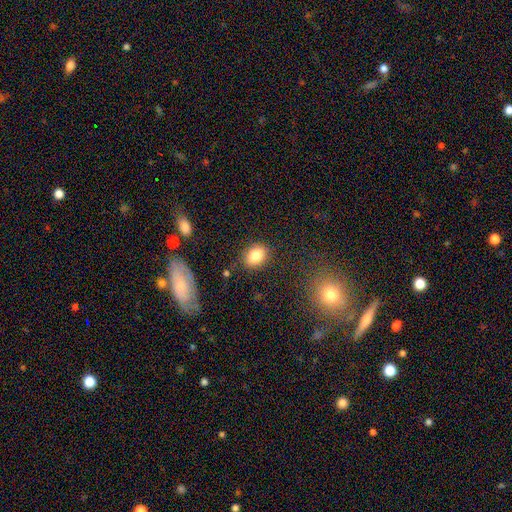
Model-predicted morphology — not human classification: The model was most divided on "how rounded": in between: 69%, round: 29%, cigar-shaped: 2%. More confident: merging — none (84%); smooth or featured — smooth (82%).